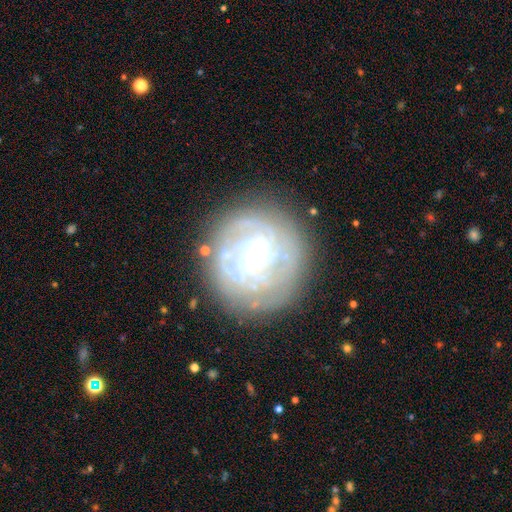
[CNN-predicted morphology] type=featured or disk (76%); edge-on=no (97%); bar=no (45%); spiral arms=yes (79%); winding=tight (70%); arm count=can't tell (48%); bulge=moderate (63%); merging=none (77%).